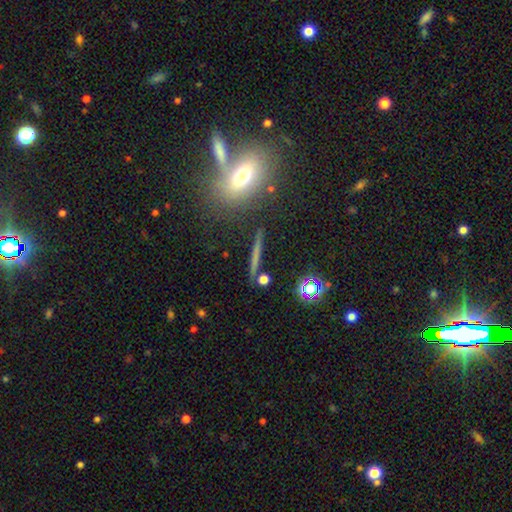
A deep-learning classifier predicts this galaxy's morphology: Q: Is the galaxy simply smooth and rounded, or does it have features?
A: smooth — 43%.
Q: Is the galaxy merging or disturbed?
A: none — 84%.